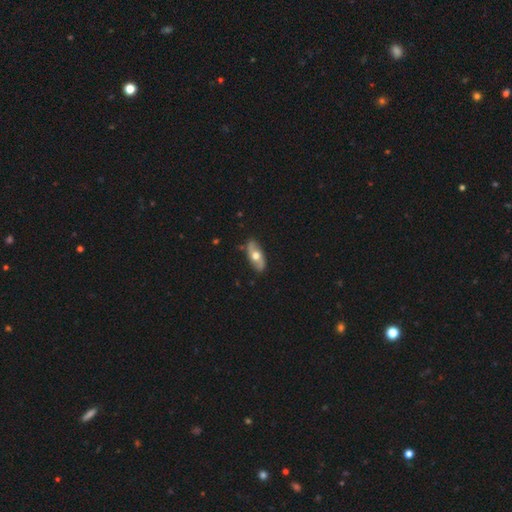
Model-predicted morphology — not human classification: Smooth or featured?
  - featured or disk: 49% *
  - smooth: 45%
  - star or artifact: 5%
Merging?
  - none: 85% *
  - minor disturbance: 11%
  - major disturbance: 2%
  - merger: 1%